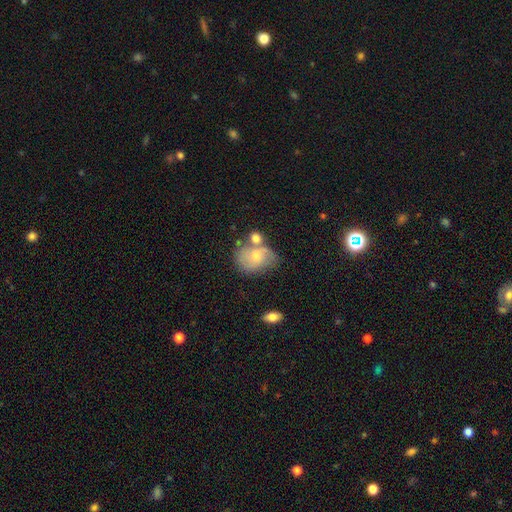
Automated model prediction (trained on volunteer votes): Overall: featured or disk (48%; smooth 43%). Merging: none (39%; merger 27%).